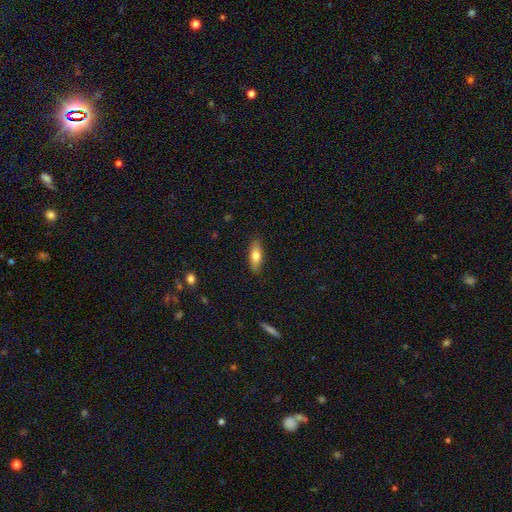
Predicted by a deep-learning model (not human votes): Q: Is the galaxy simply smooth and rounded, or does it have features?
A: smooth — 74%.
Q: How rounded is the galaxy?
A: in between — 64%.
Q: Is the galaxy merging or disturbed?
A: none — 87%.